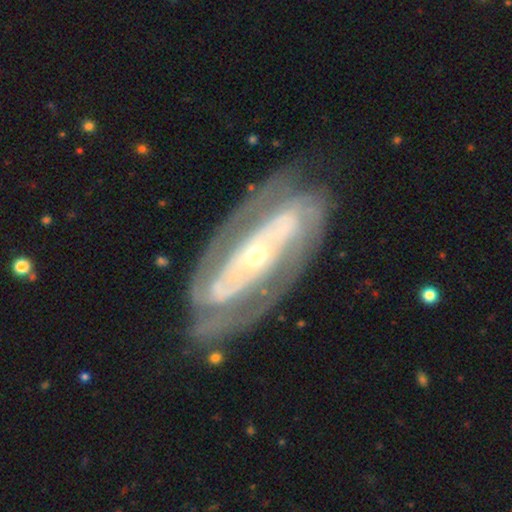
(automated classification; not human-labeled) This appears to be a featured or disk galaxy (86%) with no bar (47%), 2 (64%) tight (62%) spiral arms (86%) and a small central bulge (68%). Merging: none (76%).